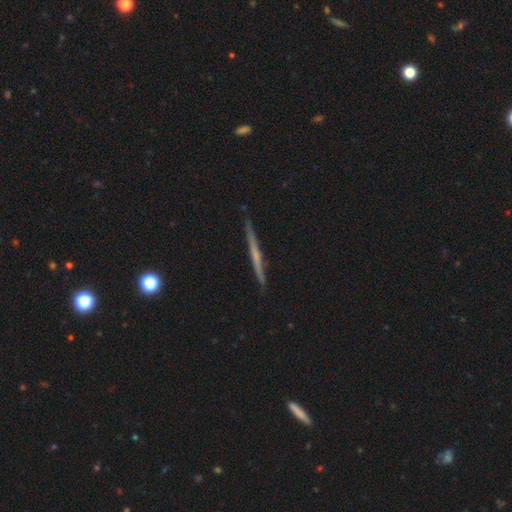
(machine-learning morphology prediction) smooth-or-featured: featured or disk: 61% | smooth: 33% | star or artifact: 6%
  disk-edge-on: yes: 98% | no: 2%
    edge-on-bulge: none: 75% | rounded: 18% | boxy: 7%
  merging: none: 91% | minor disturbance: 7% | major disturbance: 1% | merger: 1%